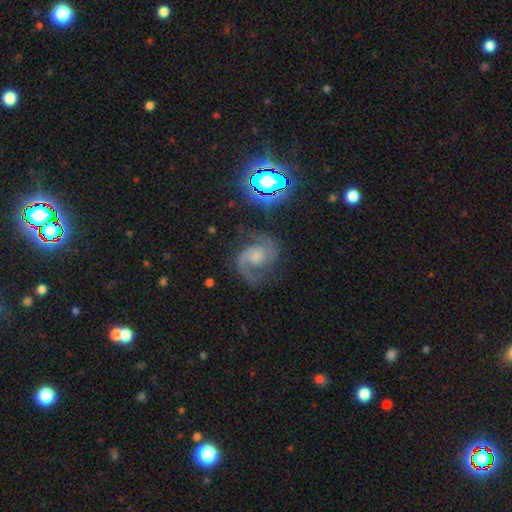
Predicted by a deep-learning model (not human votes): smooth-or-featured: featured or disk: 86% | star or artifact: 9% | smooth: 5%
  disk-edge-on: no: 98% | yes: 2%
    bar: no: 61% | weak: 32% | strong: 7%
    has-spiral-arms: yes: 98% | no: 2%
      spiral-winding: medium: 59% | tight: 24% | loose: 17%
      spiral-arm-count: 2: 91% | can't tell: 3% | 1: 2% | 3: 2% | 4: 1% | more than 4: 1%
    bulge-size: small: 42% | moderate: 41% | none: 10% | large: 6% | dominant: 2%
  merging: none: 74% | minor disturbance: 16% | major disturbance: 8% | merger: 2%